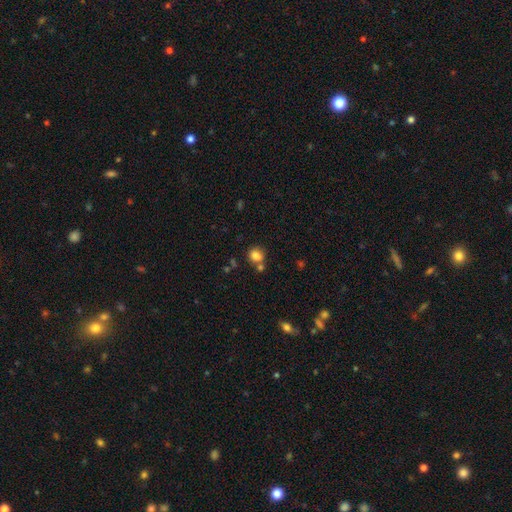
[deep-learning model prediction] smooth_or_featured: smooth (p=0.82) [alt: star or artifact p=0.11]
how_rounded: round (p=0.73) [alt: in between p=0.26]
merging: none (p=0.61) [alt: merger p=0.23]